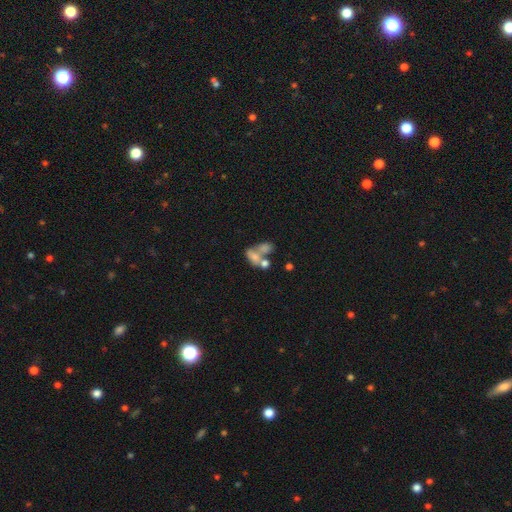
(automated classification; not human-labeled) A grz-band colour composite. It shows a smooth galaxy with no disk features (59%) that is in between round and cigar-shaped (76%). Merging: merger (64%).